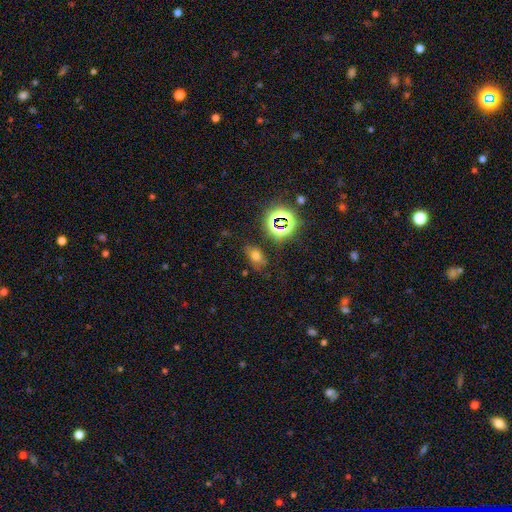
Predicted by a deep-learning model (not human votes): Morphology: type=smooth (57%); roundness=in between (81%); merging=none (71%).